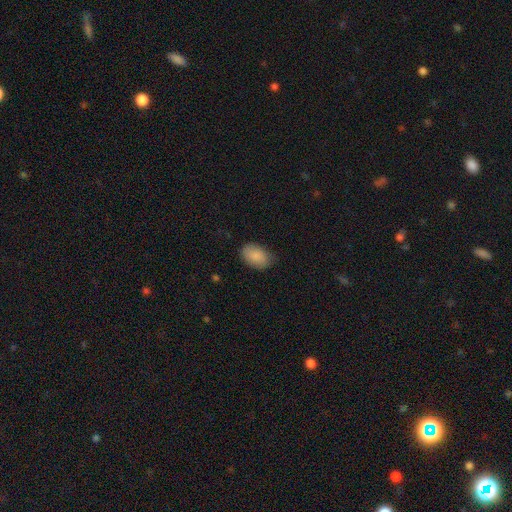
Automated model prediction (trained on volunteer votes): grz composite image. It shows a smooth galaxy with no disk features (87%) that is in between round and cigar-shaped (89%). Merging: none (77%).